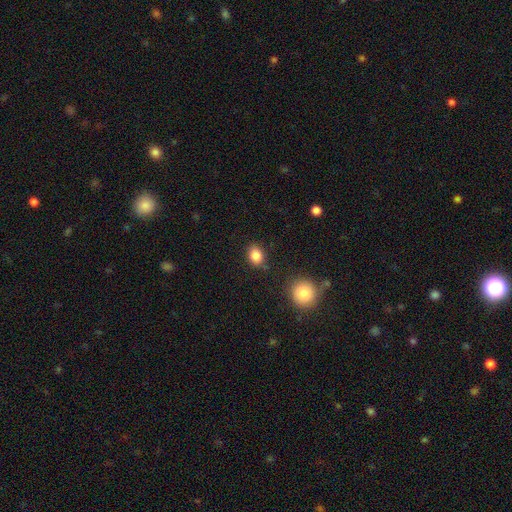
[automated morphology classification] A smooth galaxy with no disk features (85%) that is in between round and cigar-shaped (62%). Merging: none (81%).